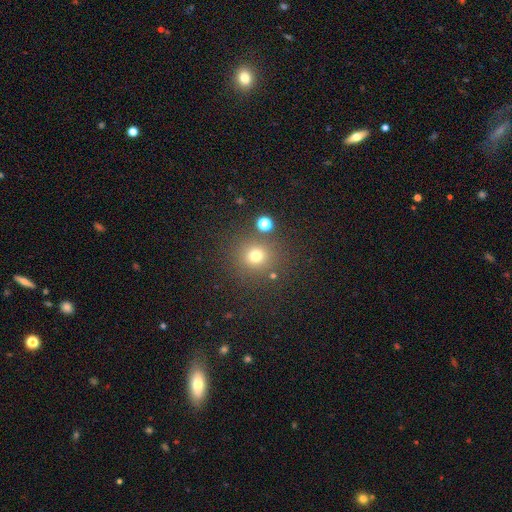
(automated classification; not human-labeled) This appears to be a smooth galaxy with no disk features (73%) that is round (90%). Merging: none (82%).